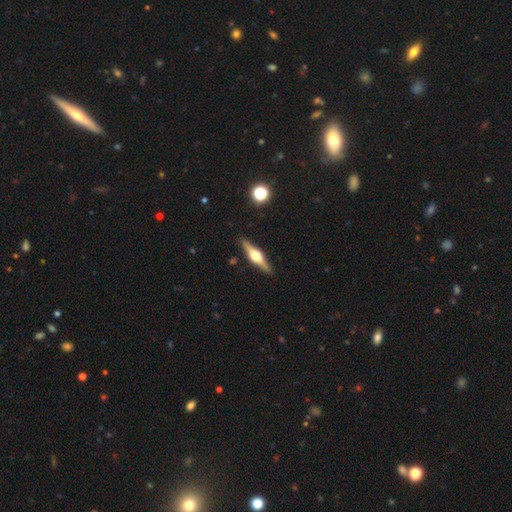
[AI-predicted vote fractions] Smooth or featured?
  - featured or disk: 74% *
  - smooth: 21%
  - star or artifact: 5%
Edge-on disk?
  - yes: 97% *
  - no: 3%
Edge-on bulge?
  - rounded: 94% *
  - boxy: 4%
  - none: 2%
Merging?
  - none: 90% *
  - minor disturbance: 7%
  - major disturbance: 2%
  - merger: 1%